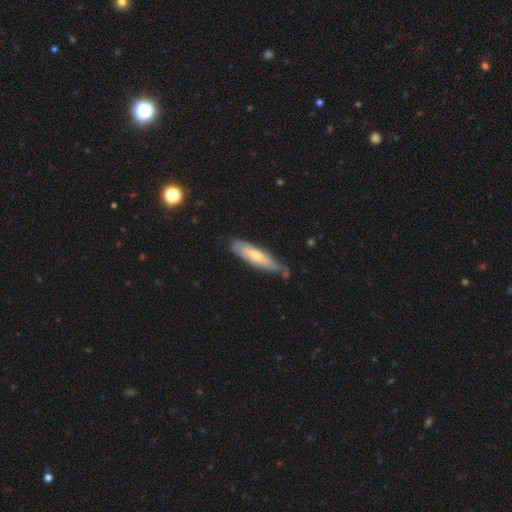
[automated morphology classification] type=smooth (50%); roundness=cigar-shaped (63%); merging=none (52%).